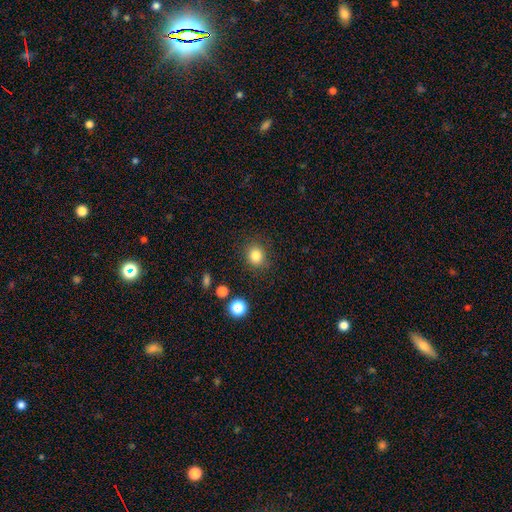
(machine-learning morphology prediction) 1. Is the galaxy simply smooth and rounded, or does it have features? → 83% smooth, 11% star or artifact, 5% featured or disk.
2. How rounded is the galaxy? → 82% round, 17% in between, 1% cigar-shaped.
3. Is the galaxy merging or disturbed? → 86% none, 9% minor disturbance, 3% major disturbance, 2% merger.